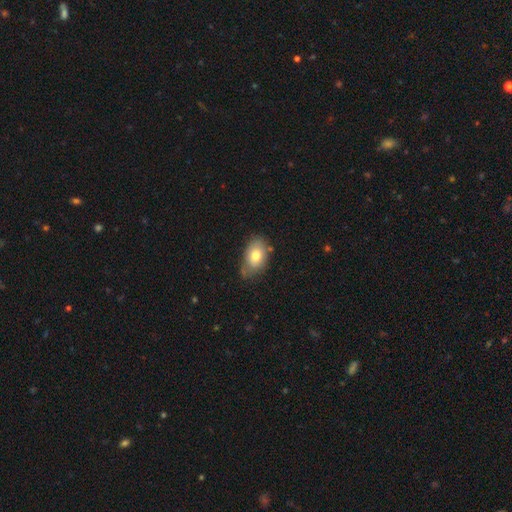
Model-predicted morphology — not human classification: The model was most divided on "merging": none: 64%, minor disturbance: 27%, major disturbance: 5%, merger: 4%. More confident: how rounded — in between (87%); smooth or featured — smooth (74%).